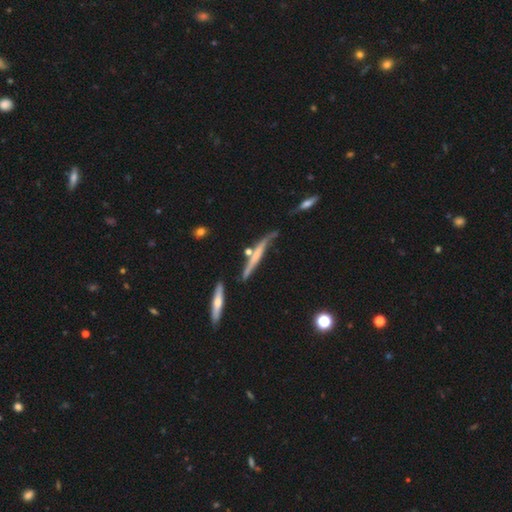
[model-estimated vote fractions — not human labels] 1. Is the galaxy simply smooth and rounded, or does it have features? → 56% featured or disk, 36% smooth, 8% star or artifact.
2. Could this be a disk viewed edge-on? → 89% yes, 11% no.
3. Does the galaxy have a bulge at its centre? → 51% none, 38% rounded, 12% boxy.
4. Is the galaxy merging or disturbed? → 55% none, 24% minor disturbance, 12% merger, 8% major disturbance.